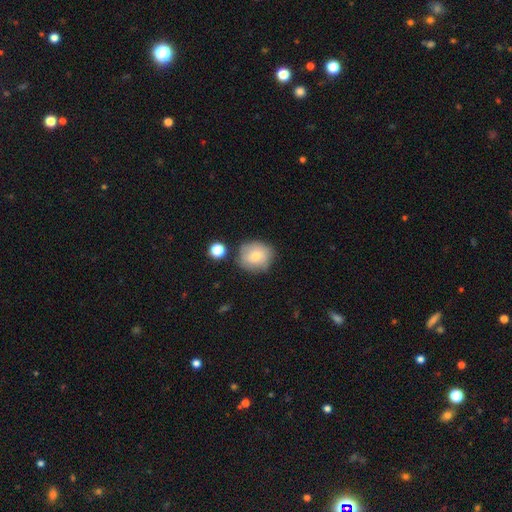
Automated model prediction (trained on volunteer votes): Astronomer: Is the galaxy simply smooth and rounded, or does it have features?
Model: smooth — 70%.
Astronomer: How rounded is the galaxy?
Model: round — 83%.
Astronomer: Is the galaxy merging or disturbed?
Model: none — 73%.